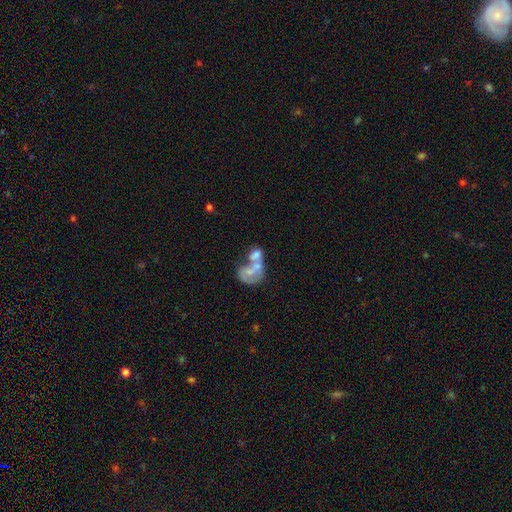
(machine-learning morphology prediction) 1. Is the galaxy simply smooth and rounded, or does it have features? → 47% featured or disk, 44% smooth, 9% star or artifact.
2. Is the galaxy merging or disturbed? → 69% merger, 13% none, 11% major disturbance, 8% minor disturbance.